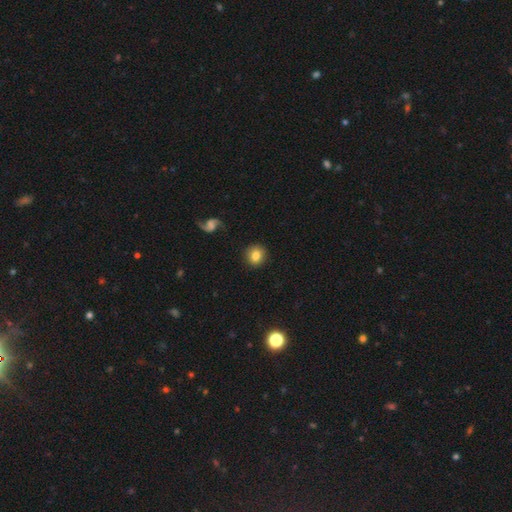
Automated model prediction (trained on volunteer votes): smooth-or-featured: smooth: 80% | featured or disk: 11% | star or artifact: 9%
  how-rounded: round: 81% | in between: 17% | cigar-shaped: 1%
  merging: none: 88% | minor disturbance: 8% | major disturbance: 2% | merger: 2%